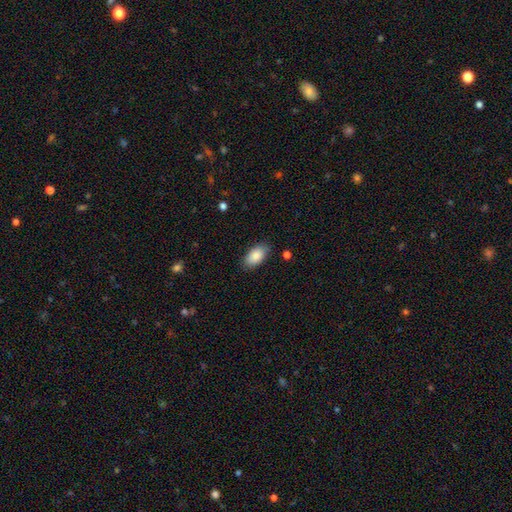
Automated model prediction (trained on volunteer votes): smooth 87%, star or artifact 7%, featured or disk 6%. Down the decision tree: how rounded — in between (94%); merging — none (84%).